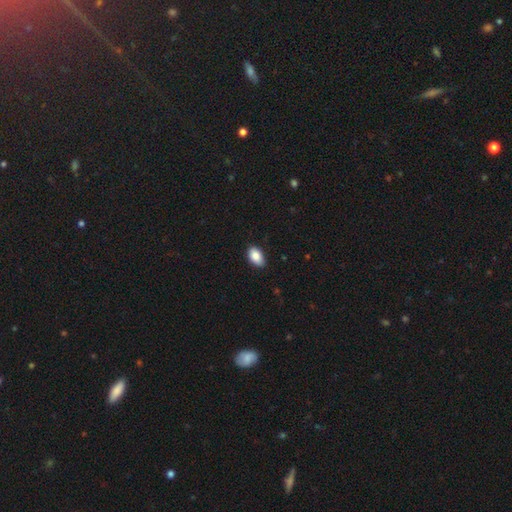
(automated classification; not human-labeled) Smooth or featured?
  - smooth: 86% *
  - star or artifact: 7%
  - featured or disk: 6%
How rounded?
  - in between: 91% *
  - round: 7%
  - cigar-shaped: 1%
Merging?
  - none: 83% *
  - minor disturbance: 14%
  - major disturbance: 2%
  - merger: 1%